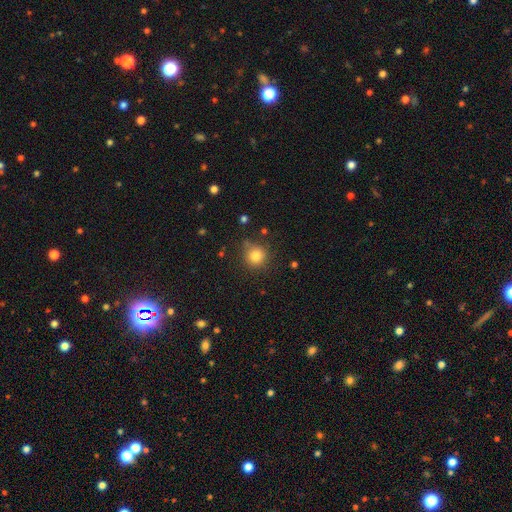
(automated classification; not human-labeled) Smooth or featured? smooth (82%)
How rounded? round (92%)
Merging? none (80%)